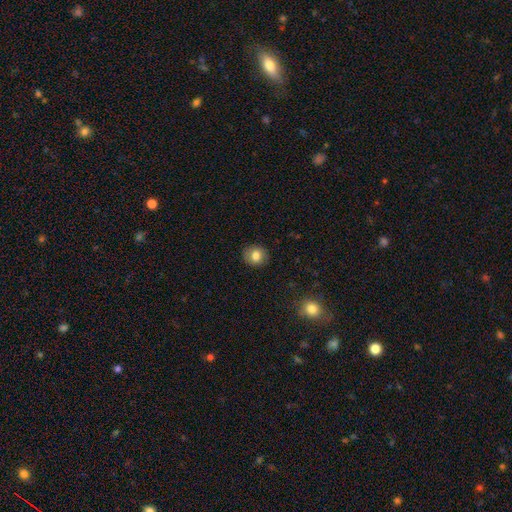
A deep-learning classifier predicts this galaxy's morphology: Smooth or featured?
  - smooth: 80% *
  - featured or disk: 11%
  - star or artifact: 10%
How rounded?
  - round: 80% *
  - in between: 19%
  - cigar-shaped: 1%
Merging?
  - none: 87% *
  - minor disturbance: 10%
  - major disturbance: 2%
  - merger: 1%